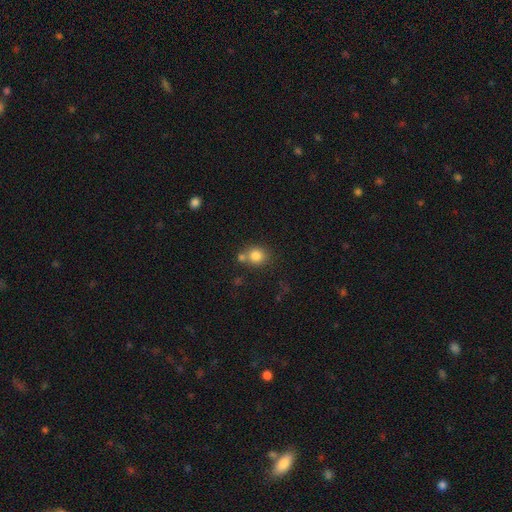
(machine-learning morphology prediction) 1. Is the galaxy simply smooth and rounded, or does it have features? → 82% smooth, 11% star or artifact, 7% featured or disk.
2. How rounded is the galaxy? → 82% round, 17% in between, 1% cigar-shaped.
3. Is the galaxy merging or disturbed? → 61% none, 25% merger, 10% minor disturbance, 4% major disturbance.